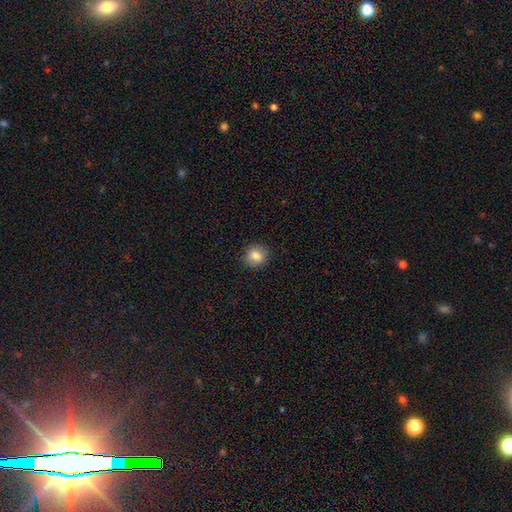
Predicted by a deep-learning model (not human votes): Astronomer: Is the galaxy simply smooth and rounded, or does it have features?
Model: smooth — 84%.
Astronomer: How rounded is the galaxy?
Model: round — 81%.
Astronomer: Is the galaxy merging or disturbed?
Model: none — 90%.